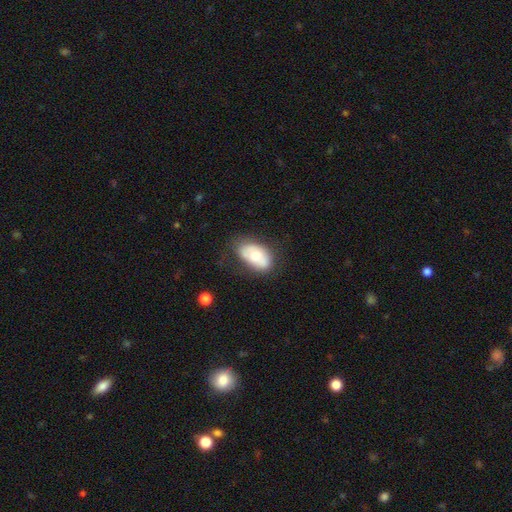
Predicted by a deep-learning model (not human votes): smooth_or_featured: smooth (p=0.60) [alt: featured or disk p=0.33]
how_rounded: in between (p=0.90) [alt: round p=0.08]
merging: none (p=0.71) [alt: minor disturbance p=0.20]